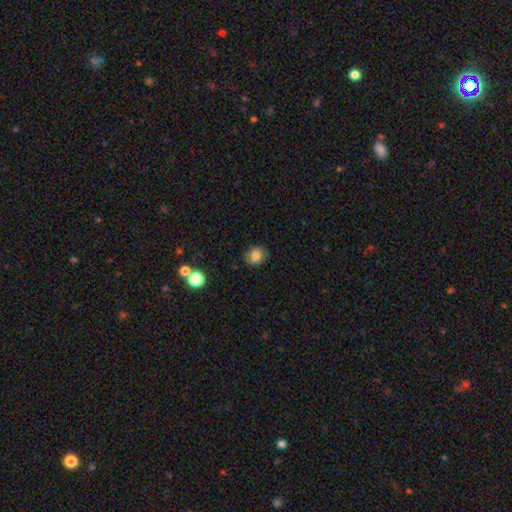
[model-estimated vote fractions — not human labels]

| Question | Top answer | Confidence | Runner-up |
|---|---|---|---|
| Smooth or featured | smooth | 79% | star or artifact (11%) |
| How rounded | round | 63% | in between (36%) |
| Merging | none | 81% | minor disturbance (14%) |